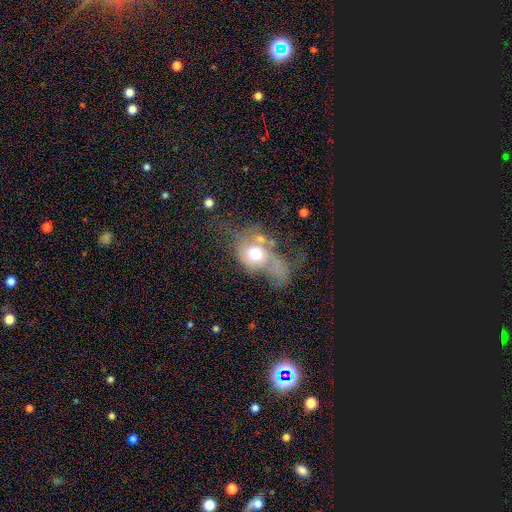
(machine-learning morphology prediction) Q: Smooth or featured?
A: smooth (46%); runner-up: featured or disk (41%)
Q: Merging?
A: major disturbance (48%); runner-up: none (18%)